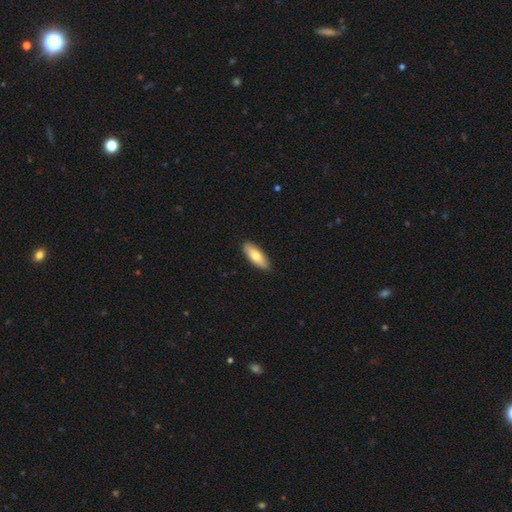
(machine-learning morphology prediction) Q: Smooth or featured?
A: smooth (74%); runner-up: featured or disk (21%)
Q: How rounded?
A: in between (68%); runner-up: cigar-shaped (30%)
Q: Merging?
A: none (89%); runner-up: minor disturbance (9%)